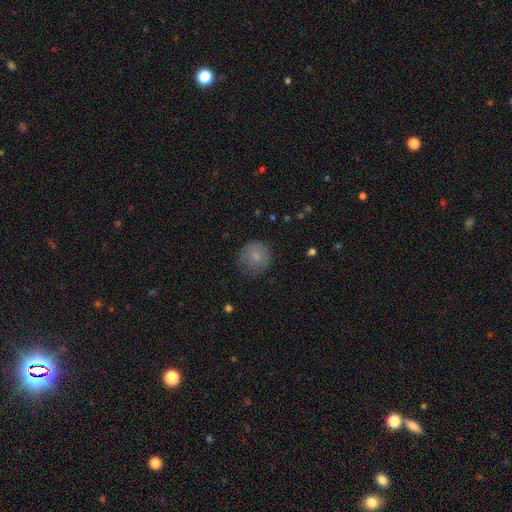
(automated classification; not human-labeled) Morphology: type=smooth (79%); roundness=round (89%); merging=none (69%).